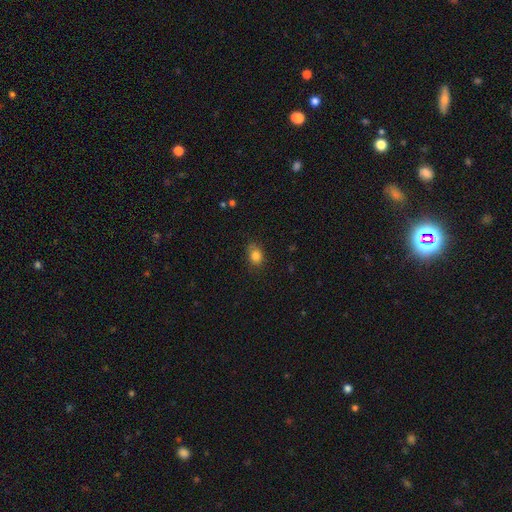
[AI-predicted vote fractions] A smooth galaxy with no disk features (82%) that is in between round and cigar-shaped (54%). Merging: none (75%).